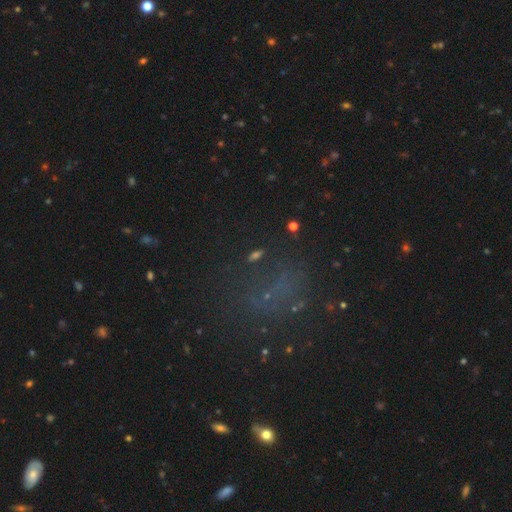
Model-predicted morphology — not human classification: Smooth or featured: star or artifact — 45% (smooth — 34%)